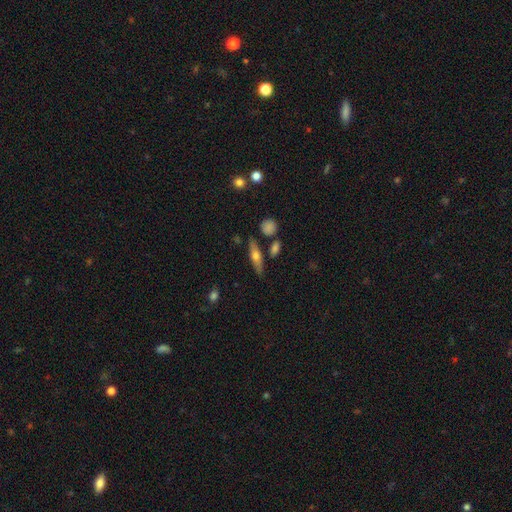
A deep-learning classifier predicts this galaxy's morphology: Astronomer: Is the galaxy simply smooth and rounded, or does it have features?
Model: featured or disk — 49% (runner-up: smooth, 44%).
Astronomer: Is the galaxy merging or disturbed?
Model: none — 79%.